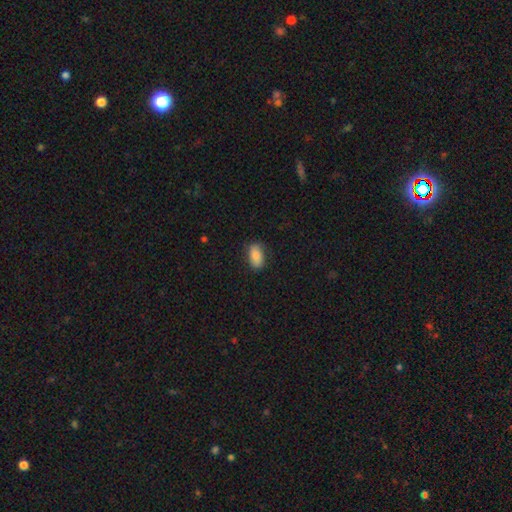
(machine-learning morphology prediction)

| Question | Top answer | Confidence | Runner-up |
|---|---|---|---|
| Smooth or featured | smooth | 85% | featured or disk (8%) |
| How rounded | in between | 92% | round (4%) |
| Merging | none | 77% | minor disturbance (17%) |